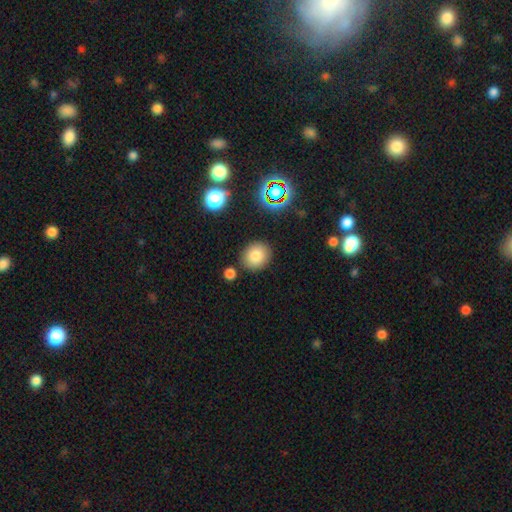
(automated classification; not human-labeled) Morphology: type=smooth (80%); roundness=round (78%); merging=none (84%).